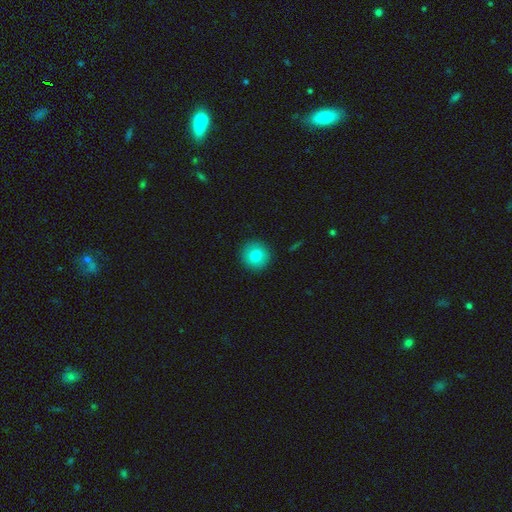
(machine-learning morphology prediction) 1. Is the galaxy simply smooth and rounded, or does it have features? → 80% smooth, 11% featured or disk, 9% star or artifact.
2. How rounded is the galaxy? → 95% round, 4% in between, 1% cigar-shaped.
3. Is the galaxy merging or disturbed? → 92% none, 5% minor disturbance, 2% major disturbance, 1% merger.